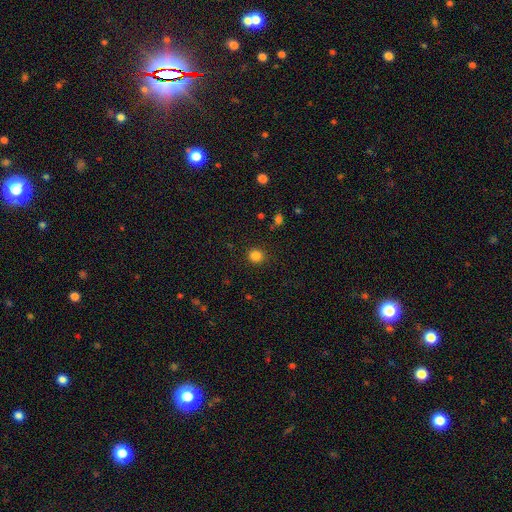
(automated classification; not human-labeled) smooth 83%, star or artifact 13%, featured or disk 4%. Down the decision tree: how rounded — round (89%); merging — none (90%).